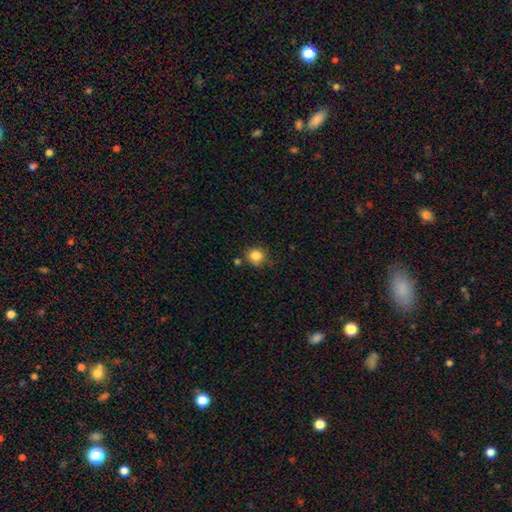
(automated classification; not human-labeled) Q: Smooth or featured?
A: smooth (84%); runner-up: star or artifact (11%)
Q: How rounded?
A: round (89%); runner-up: in between (10%)
Q: Merging?
A: none (76%); runner-up: minor disturbance (14%)